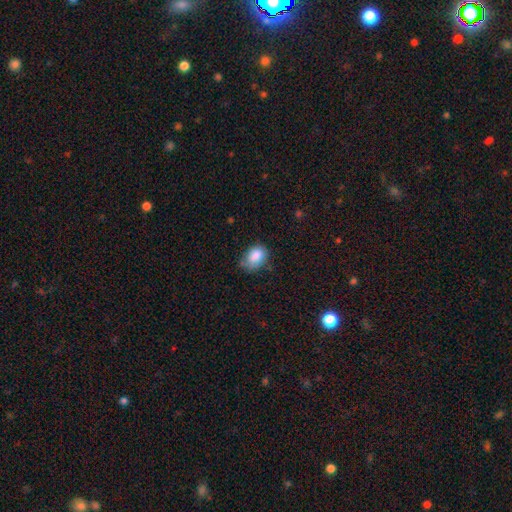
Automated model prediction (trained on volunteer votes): The model was most divided on "merging": none: 54%, minor disturbance: 35%, major disturbance: 8%, merger: 3%. More confident: smooth or featured — smooth (85%); how rounded — in between (79%).